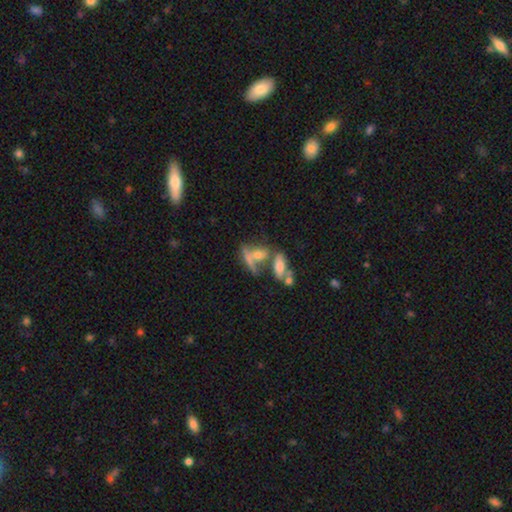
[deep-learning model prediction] smooth_or_featured: smooth (p=0.51) [alt: featured or disk p=0.35]
how_rounded: in between (p=0.59) [alt: cigar-shaped p=0.29]
merging: merger (p=0.50) [alt: none p=0.27]